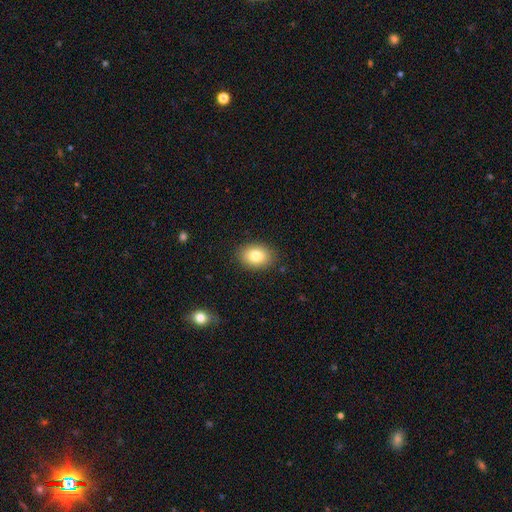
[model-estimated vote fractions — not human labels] Smooth or featured? Predicted: smooth (p=0.82). How rounded? Predicted: in between (p=0.75). Merging? Predicted: none (p=0.88).